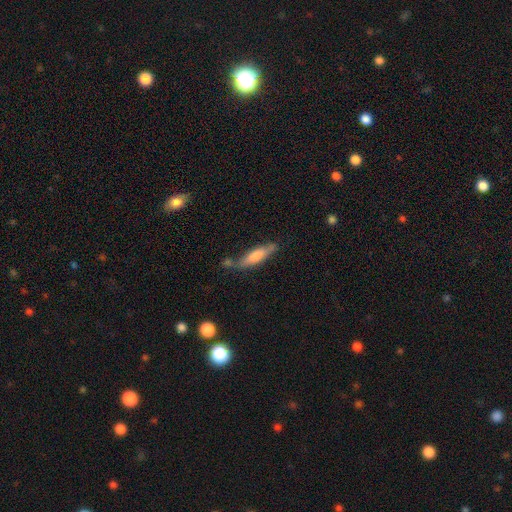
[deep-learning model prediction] Overall: smooth (55%; featured or disk 38%). How rounded: cigar-shaped (76%). Merging: none (68%).